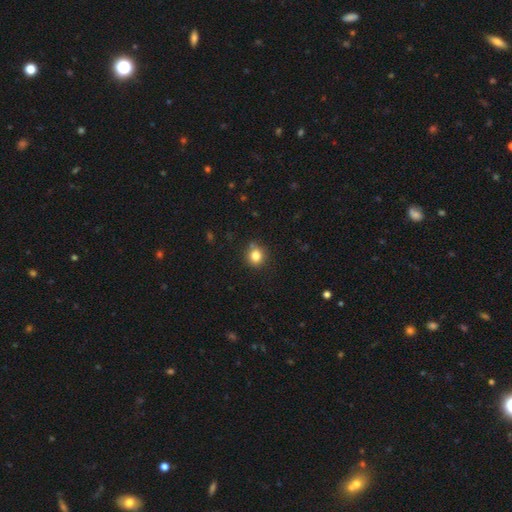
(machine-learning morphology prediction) smooth 83%, star or artifact 11%, featured or disk 5%. Down the decision tree: how rounded — round (85%); merging — none (84%).